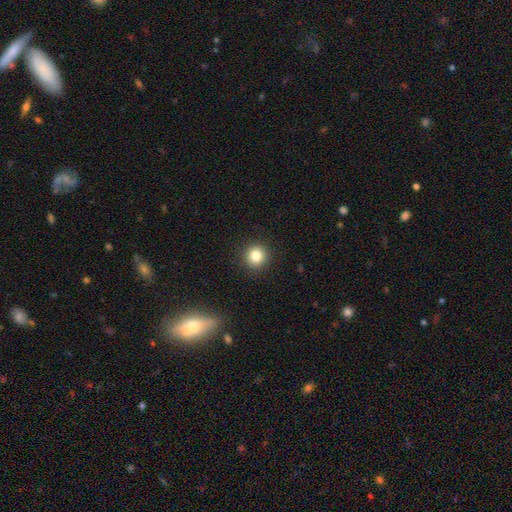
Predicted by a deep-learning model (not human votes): This appears to be a smooth galaxy with no disk features (82%) that is round (92%). Merging: none (92%).